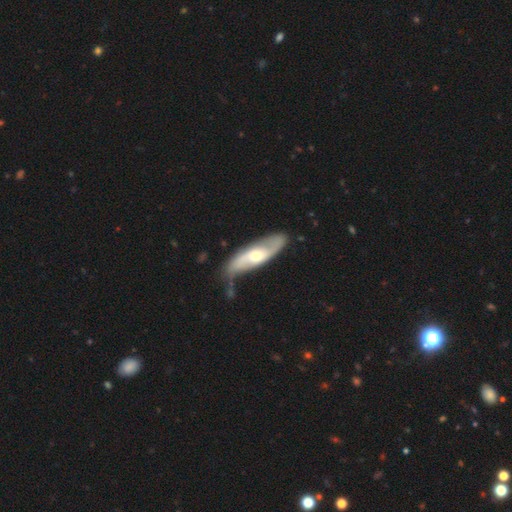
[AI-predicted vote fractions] The model was most divided on "bulge size": moderate: 59%, small: 34%, large: 5%, none: 1%, dominant: 1%. More confident: spiral arm count — 2 (87%); spiral arms — yes (86%); edge-on disk — no (83%); smooth or featured — featured or disk (70%); merging — none (67%); bar — no (59%); spiral winding — loose (57%).